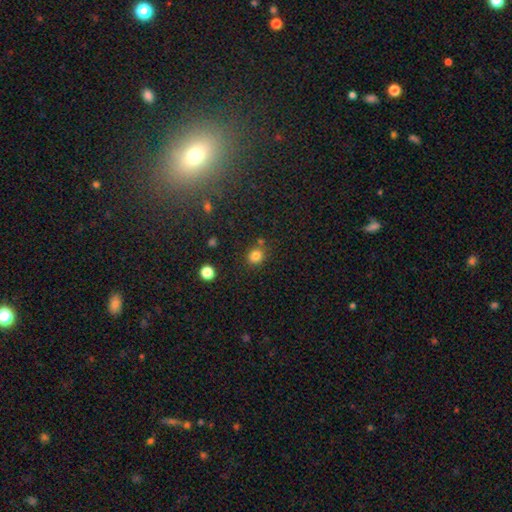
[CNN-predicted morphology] type=smooth (82%); roundness=round (80%); merging=none (76%).